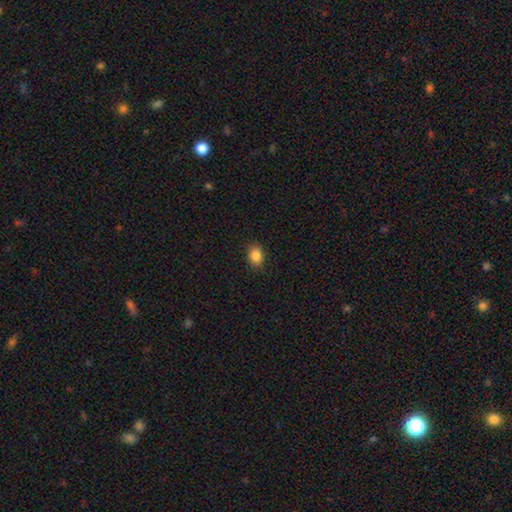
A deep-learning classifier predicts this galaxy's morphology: Smooth or featured?
  - smooth: 86% *
  - star or artifact: 9%
  - featured or disk: 5%
How rounded?
  - in between: 71% *
  - round: 28%
  - cigar-shaped: 1%
Merging?
  - none: 88% *
  - minor disturbance: 9%
  - major disturbance: 2%
  - merger: 1%